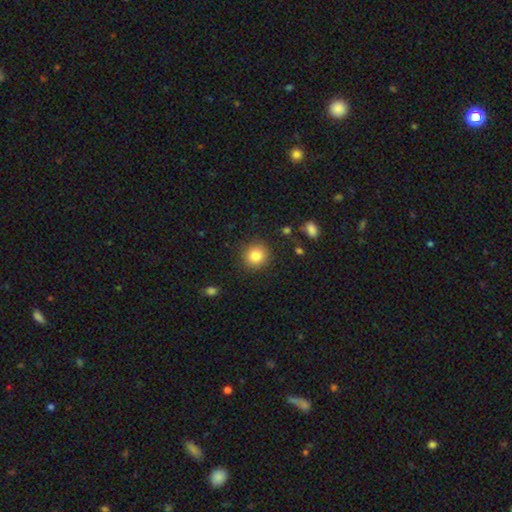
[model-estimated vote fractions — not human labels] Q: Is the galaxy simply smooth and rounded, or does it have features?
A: smooth — 84%.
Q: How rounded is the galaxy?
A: round — 89%.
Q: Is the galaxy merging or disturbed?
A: none — 88%.